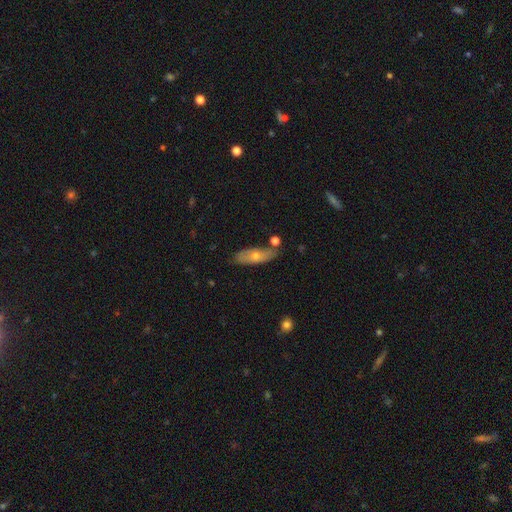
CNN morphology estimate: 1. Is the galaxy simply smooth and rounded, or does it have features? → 55% smooth, 38% featured or disk, 7% star or artifact.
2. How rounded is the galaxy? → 59% in between, 38% cigar-shaped, 3% round.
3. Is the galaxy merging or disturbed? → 76% none, 16% minor disturbance, 5% merger, 3% major disturbance.